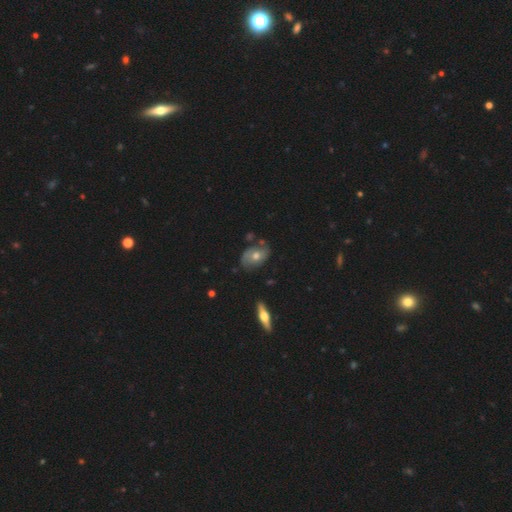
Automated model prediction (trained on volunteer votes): Smooth or featured? Predicted: featured or disk (p=0.53). Edge-on disk? Predicted: no (p=0.88). Merging? Predicted: none (p=0.67).